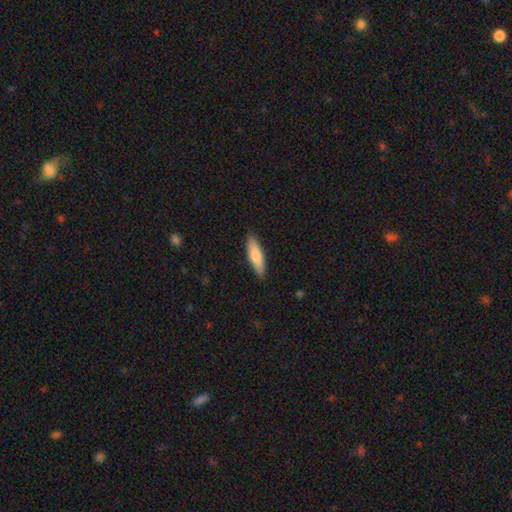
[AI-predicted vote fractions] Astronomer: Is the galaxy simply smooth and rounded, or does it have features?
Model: smooth — 75%.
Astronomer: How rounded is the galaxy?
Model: cigar-shaped — 65%.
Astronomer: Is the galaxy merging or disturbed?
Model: none — 89%.